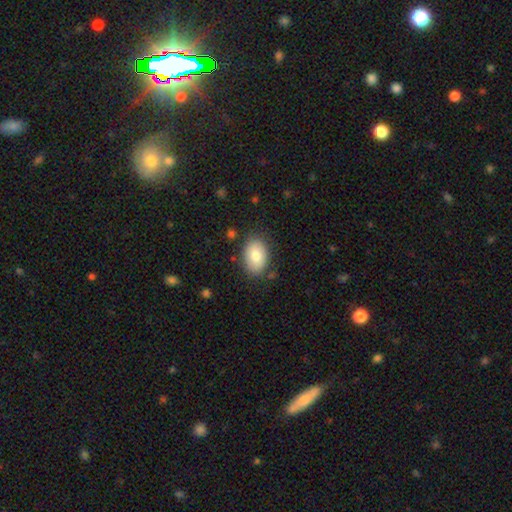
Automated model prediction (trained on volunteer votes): A smooth galaxy with no disk features (79%) that is in between round and cigar-shaped (84%). Merging: none (82%).